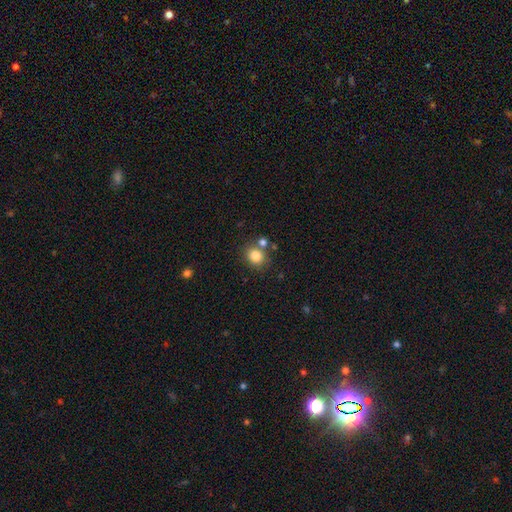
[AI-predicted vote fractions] smooth 82%, star or artifact 11%, featured or disk 7%. Down the decision tree: how rounded — round (75%); merging — none (72%).